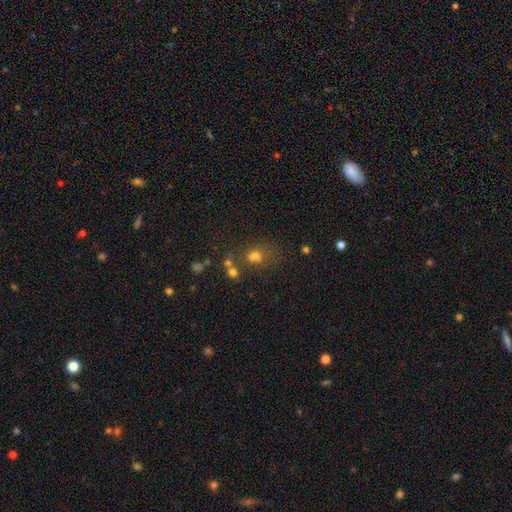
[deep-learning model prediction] Smooth or featured? smooth (61%)
How rounded? round (54%)
Merging? none (43%)